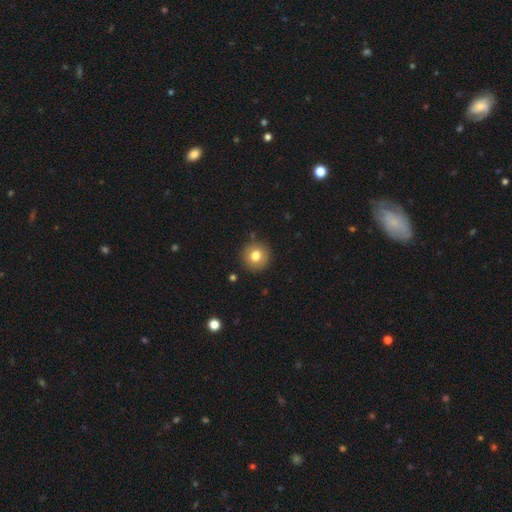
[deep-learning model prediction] smooth-or-featured: smooth: 78% | featured or disk: 12% | star or artifact: 10%
  how-rounded: round: 93% | in between: 6% | cigar-shaped: 1%
  merging: none: 89% | minor disturbance: 7% | major disturbance: 2% | merger: 2%